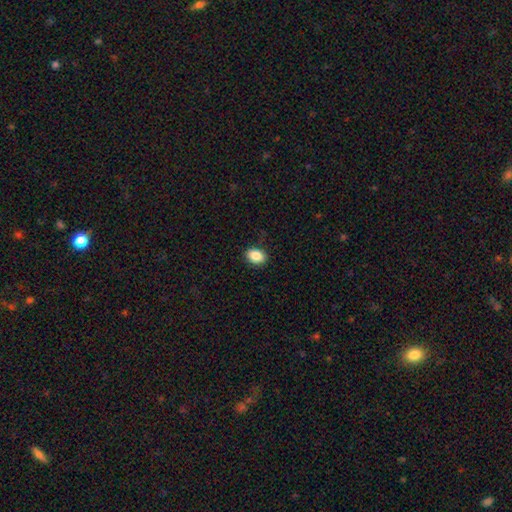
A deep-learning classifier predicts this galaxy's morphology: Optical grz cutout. It shows a smooth galaxy with no disk features (87%) that is in between round and cigar-shaped (73%). Merging: none (86%).